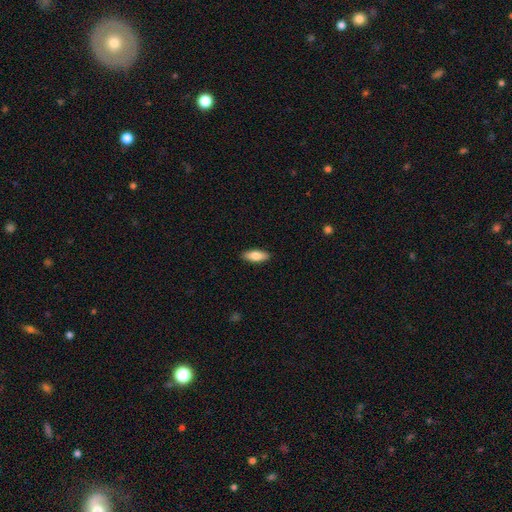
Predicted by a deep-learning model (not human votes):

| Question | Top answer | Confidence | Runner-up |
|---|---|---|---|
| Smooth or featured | smooth | 80% | featured or disk (14%) |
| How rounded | in between | 73% | cigar-shaped (25%) |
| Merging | none | 89% | minor disturbance (8%) |